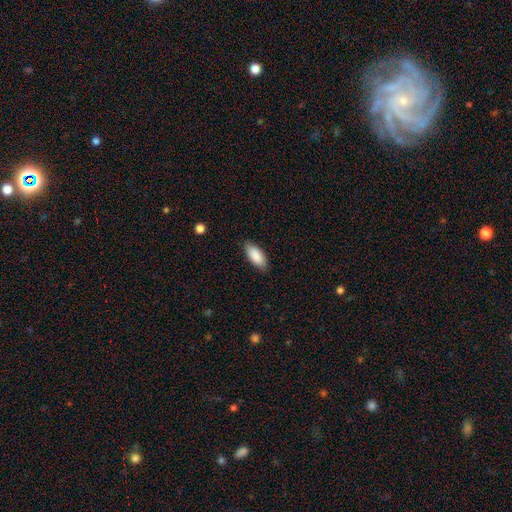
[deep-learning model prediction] Morphology: type=smooth (89%); roundness=in between (85%); merging=none (85%).